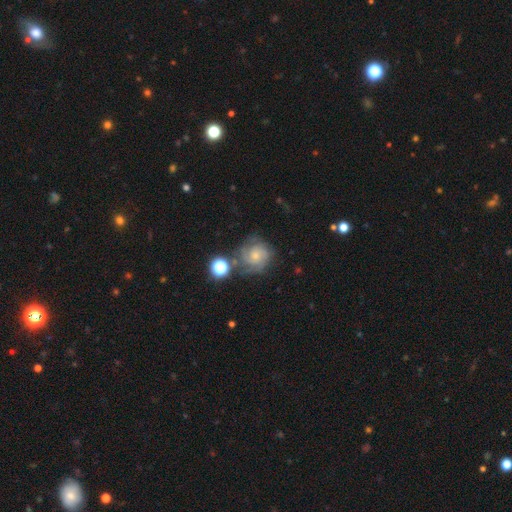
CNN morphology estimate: smooth_or_featured: featured or disk (p=0.65) [alt: smooth p=0.24]
disk_edge_on: no (p=0.98) [alt: yes p=0.02]
bar: no (p=0.78) [alt: weak p=0.19]
has_spiral_arms: yes (p=0.91) [alt: no p=0.09]
spiral_winding: tight (p=0.56) [alt: medium p=0.34]
spiral_arm_count: can't tell (p=0.32) [alt: 3 p=0.28]
bulge_size: small (p=0.63) [alt: moderate p=0.30]
merging: none (p=0.62) [alt: minor disturbance p=0.20]